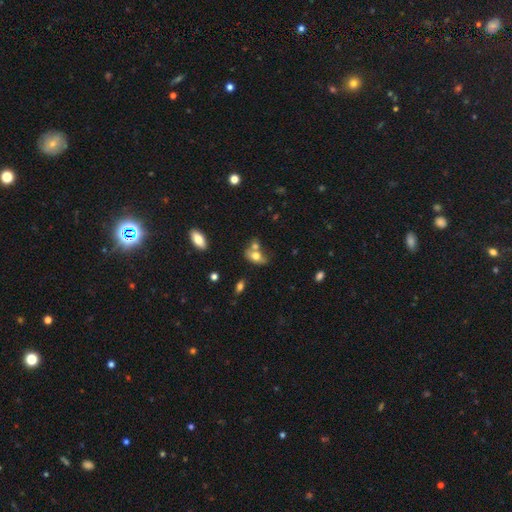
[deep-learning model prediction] smooth-or-featured: smooth: 70% | featured or disk: 21% | star or artifact: 9%
  how-rounded: in between: 83% | round: 13% | cigar-shaped: 4%
  merging: merger: 45% | none: 35% | minor disturbance: 14% | major disturbance: 7%